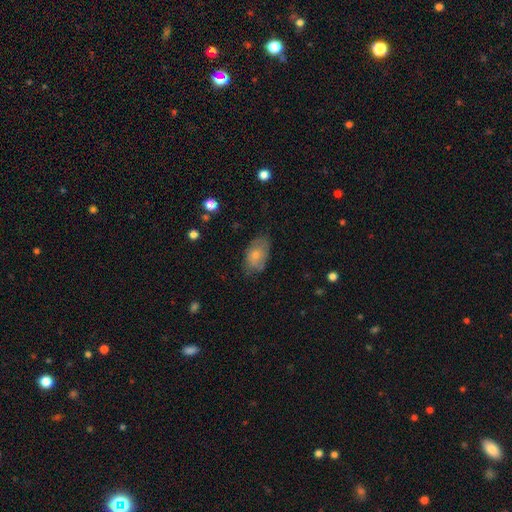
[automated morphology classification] smooth 69%, featured or disk 24%, star or artifact 7%. Down the decision tree: how rounded — in between (90%); merging — none (62%).